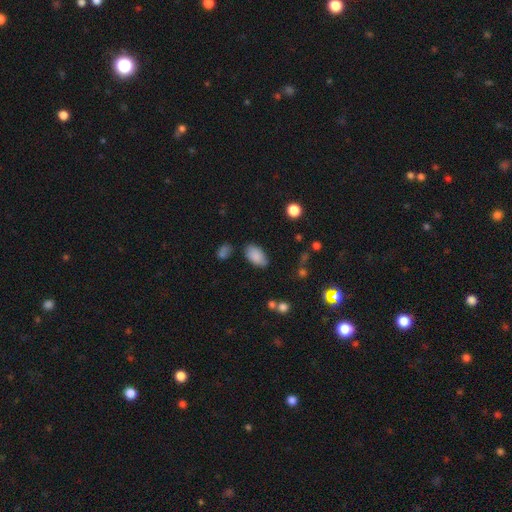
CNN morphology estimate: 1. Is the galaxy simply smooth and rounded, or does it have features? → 86% smooth, 7% star or artifact, 6% featured or disk.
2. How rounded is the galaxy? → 95% in between, 4% round, 2% cigar-shaped.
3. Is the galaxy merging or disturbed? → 77% none, 15% minor disturbance, 4% major disturbance, 3% merger.